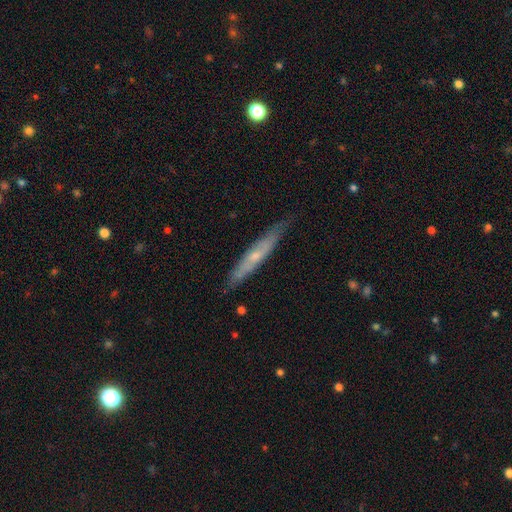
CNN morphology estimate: featured or disk 56%, smooth 38%, star or artifact 6%. Down the decision tree: edge-on disk — yes (83%); merging — none (80%).